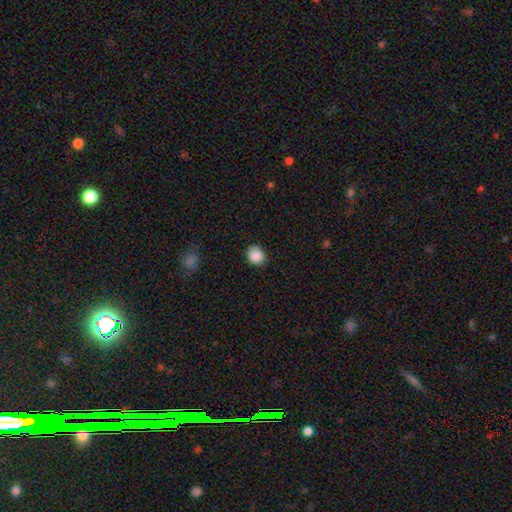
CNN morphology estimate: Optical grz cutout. It shows a smooth galaxy with no disk features (88%) that is round (75%). Merging: none (84%).